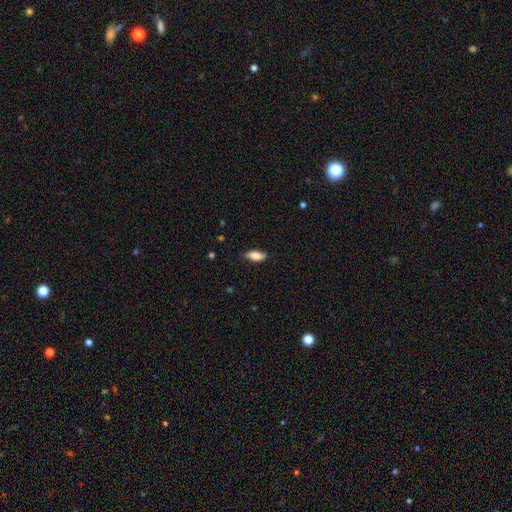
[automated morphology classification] smooth-or-featured: smooth: 83% | featured or disk: 10% | star or artifact: 7%
  how-rounded: in between: 85% | cigar-shaped: 12% | round: 3%
  merging: none: 78% | minor disturbance: 18% | major disturbance: 3% | merger: 1%